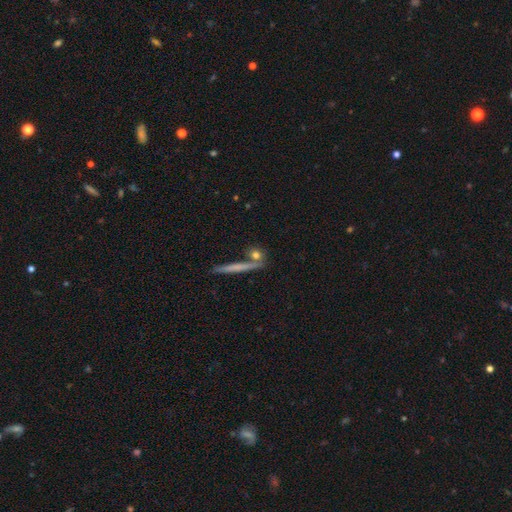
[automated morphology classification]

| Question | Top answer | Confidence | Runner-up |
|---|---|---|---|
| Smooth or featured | smooth | 71% | featured or disk (20%) |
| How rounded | round | 49% | cigar-shaped (32%) |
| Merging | none | 67% | merger (19%) |